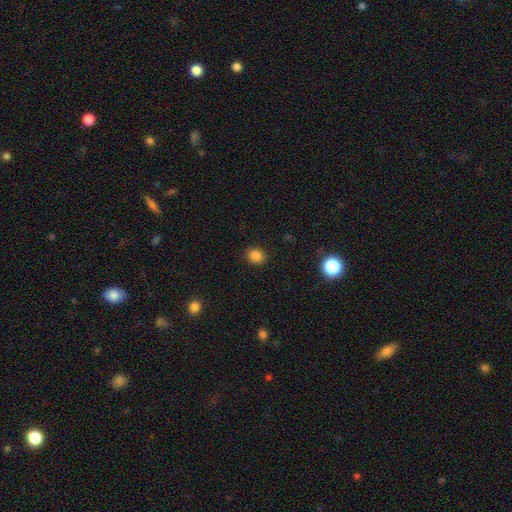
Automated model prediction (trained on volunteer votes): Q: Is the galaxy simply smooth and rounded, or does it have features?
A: smooth — 83%.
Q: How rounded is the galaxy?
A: round — 68%.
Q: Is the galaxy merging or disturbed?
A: none — 90%.